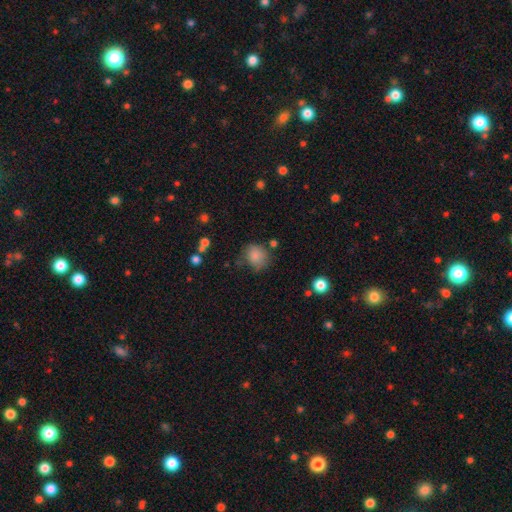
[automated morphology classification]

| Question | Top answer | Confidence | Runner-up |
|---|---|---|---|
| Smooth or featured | smooth | 83% | star or artifact (10%) |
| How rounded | round | 74% | in between (25%) |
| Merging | none | 64% | minor disturbance (23%) |